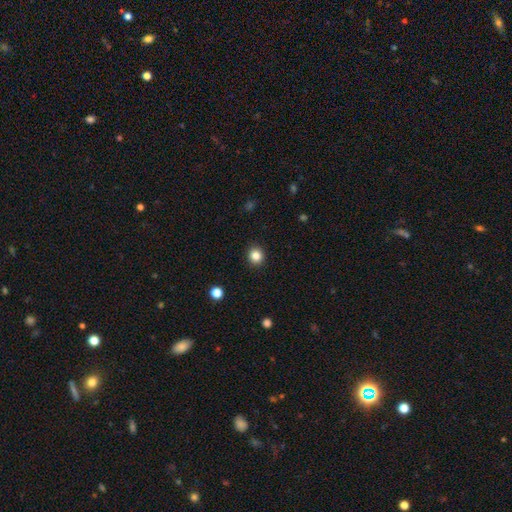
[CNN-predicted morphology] type=smooth (84%); roundness=round (88%); merging=none (92%).